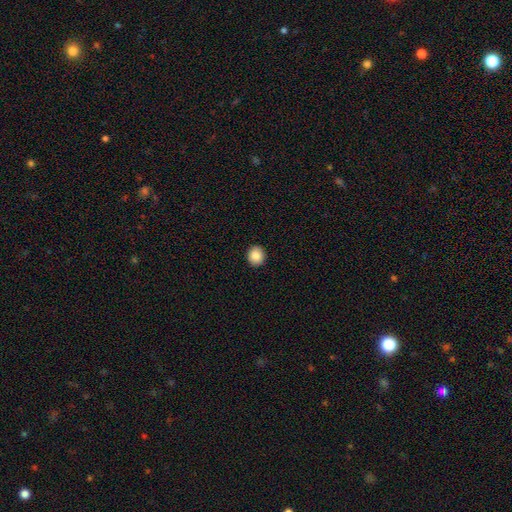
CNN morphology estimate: A smooth galaxy with no disk features (85%) that is round (84%). Merging: none (92%).